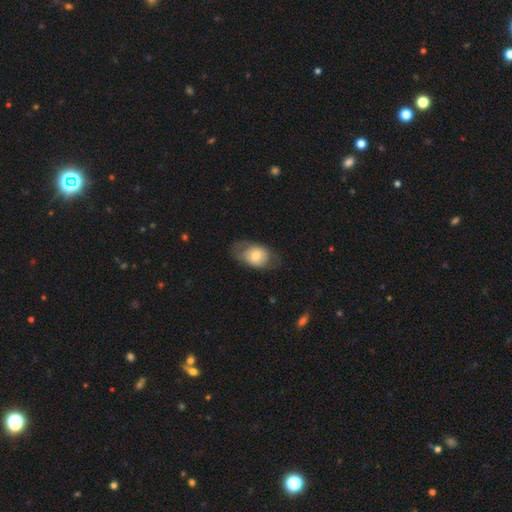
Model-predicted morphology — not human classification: Smooth or featured: smooth — 64% (featured or disk — 30%)
How rounded: in between — 75% (round — 24%)
Merging: none — 61% (minor disturbance — 23%)